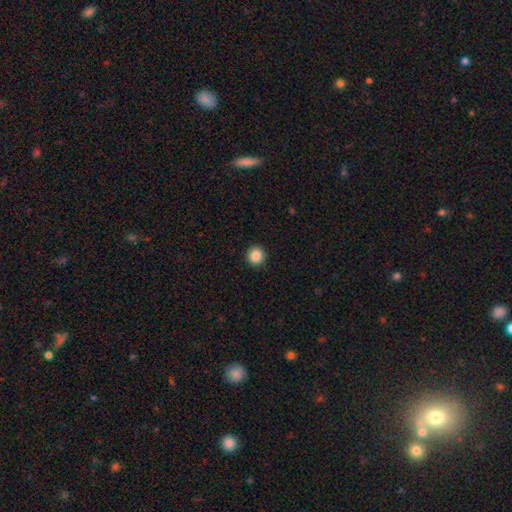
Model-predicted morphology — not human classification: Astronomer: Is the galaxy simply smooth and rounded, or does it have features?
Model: smooth — 87%.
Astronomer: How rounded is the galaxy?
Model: round — 93%.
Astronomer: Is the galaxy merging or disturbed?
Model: none — 92%.